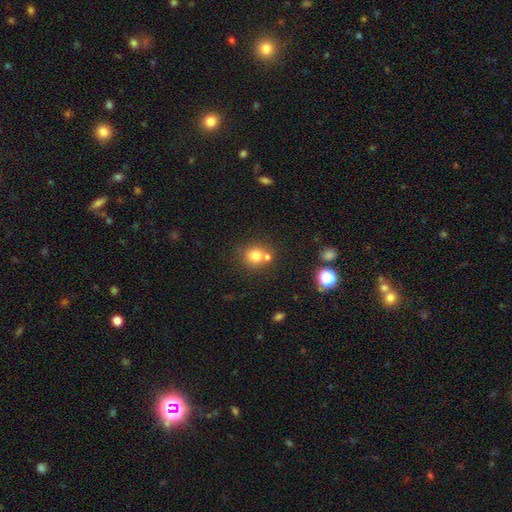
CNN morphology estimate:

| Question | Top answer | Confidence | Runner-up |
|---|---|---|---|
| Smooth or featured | smooth | 77% | star or artifact (13%) |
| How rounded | round | 88% | in between (11%) |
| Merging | none | 60% | merger (28%) |